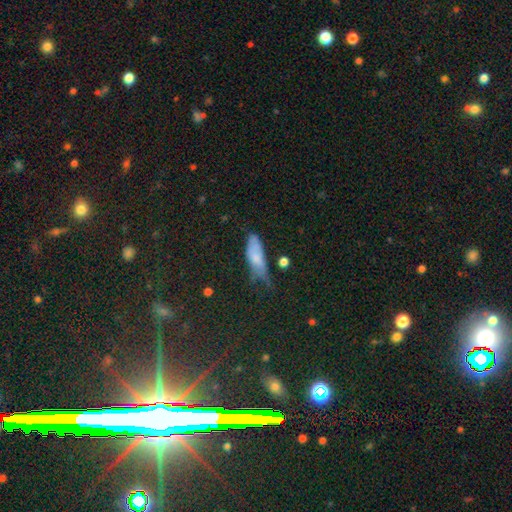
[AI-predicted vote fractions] Overall: smooth (70%). How rounded: in between (67%; cigar-shaped 30%). Merging: minor disturbance (41%; none 37%).